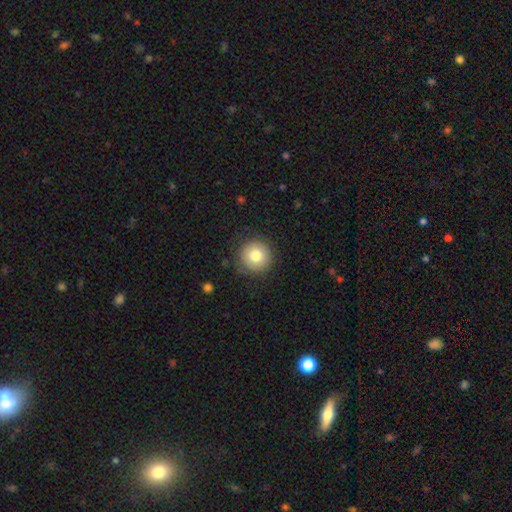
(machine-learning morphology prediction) Smooth or featured? Predicted: smooth (p=0.78). How rounded? Predicted: round (p=0.95). Merging? Predicted: none (p=0.87).